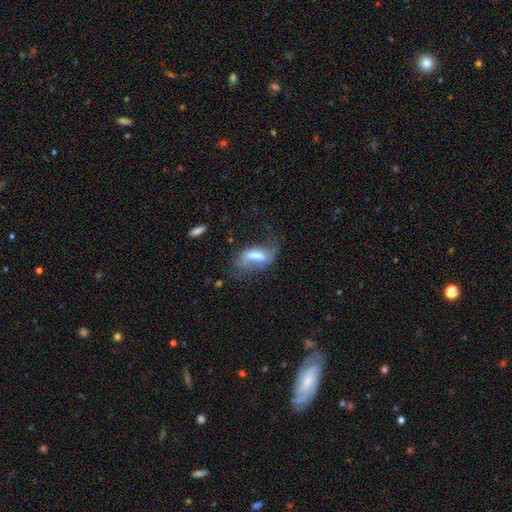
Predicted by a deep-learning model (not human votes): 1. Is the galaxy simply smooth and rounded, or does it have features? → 48% featured or disk, 43% smooth, 9% star or artifact.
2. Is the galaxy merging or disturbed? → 37% none, 32% major disturbance, 27% minor disturbance, 4% merger.